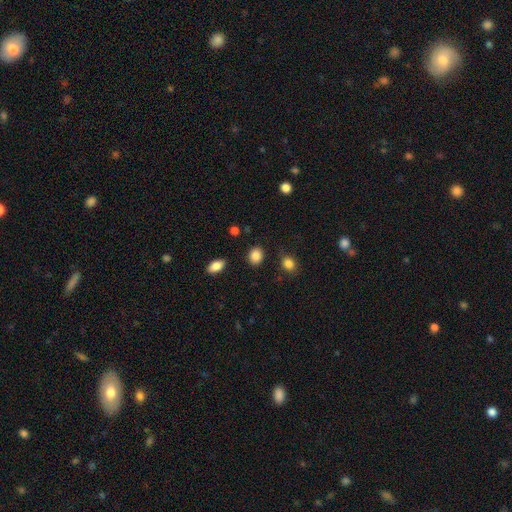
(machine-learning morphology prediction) Smooth or featured? smooth (87%)
How rounded? round (59%)
Merging? none (86%)